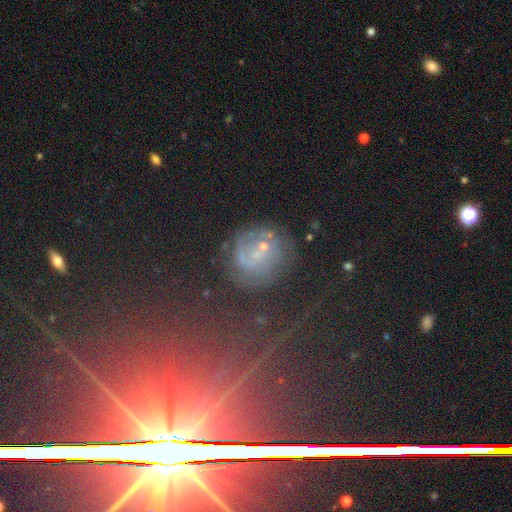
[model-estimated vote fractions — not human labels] Overall: featured or disk (52%; star or artifact 27%). Edge-on disk: no (95%). Bar: no (59%; weak 30%). Spiral arms: yes (76%). Bulge size: small (75%). Merging: none (72%).